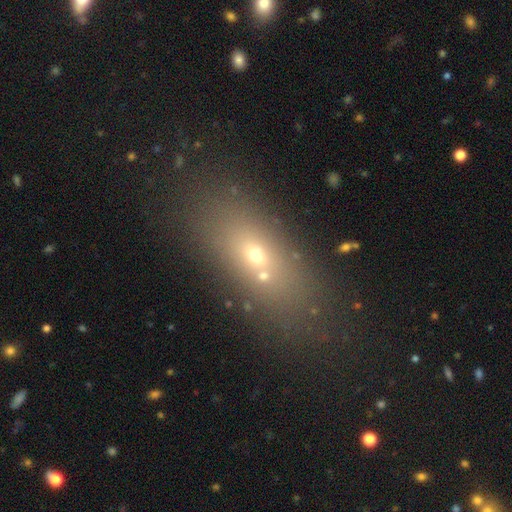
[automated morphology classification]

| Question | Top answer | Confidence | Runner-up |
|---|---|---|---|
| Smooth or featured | smooth | 58% | featured or disk (23%) |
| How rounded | in between | 68% | cigar-shaped (21%) |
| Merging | none | 70% | minor disturbance (12%) |